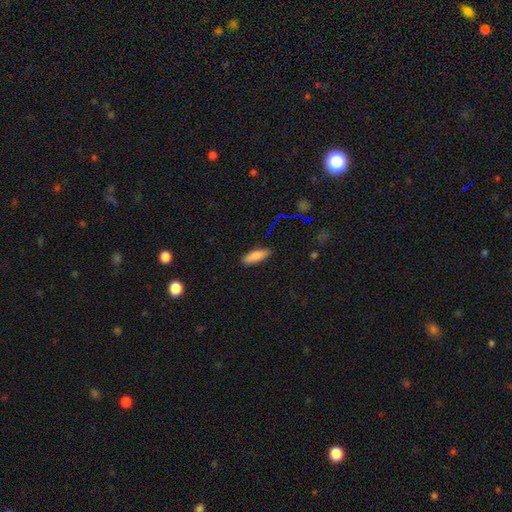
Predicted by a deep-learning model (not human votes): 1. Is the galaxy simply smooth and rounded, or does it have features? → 83% smooth, 9% featured or disk, 8% star or artifact.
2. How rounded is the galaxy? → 65% in between, 33% cigar-shaped, 2% round.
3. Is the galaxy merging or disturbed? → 85% none, 12% minor disturbance, 2% major disturbance, 1% merger.